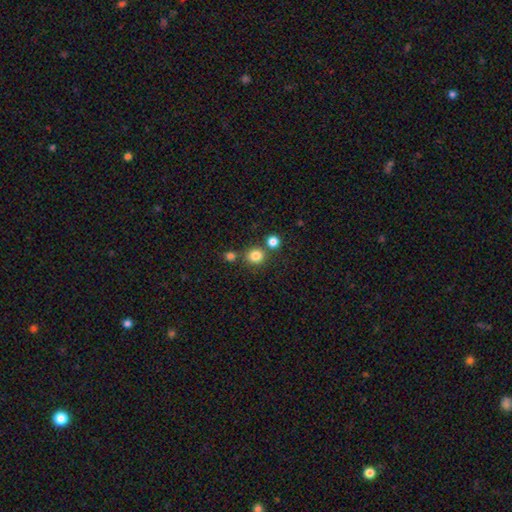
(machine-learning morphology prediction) A smooth galaxy with no disk features (82%) that is round (86%). Merging: none (73%).